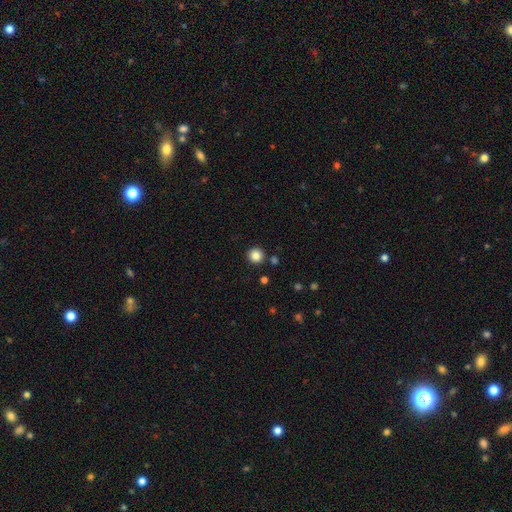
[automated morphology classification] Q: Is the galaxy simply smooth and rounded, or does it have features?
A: smooth — 85%.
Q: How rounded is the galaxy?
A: round — 95%.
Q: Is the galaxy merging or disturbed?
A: none — 91%.